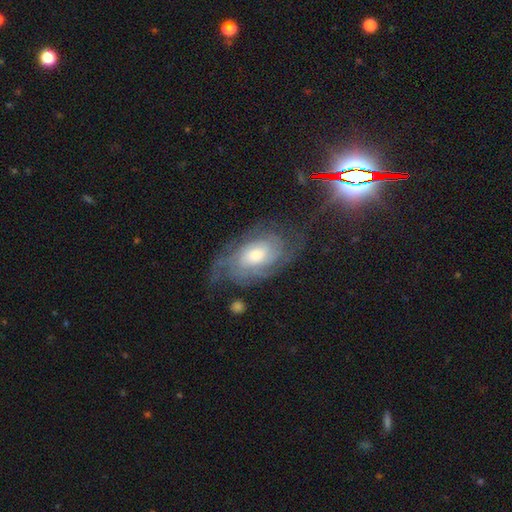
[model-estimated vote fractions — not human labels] featured or disk 78%, smooth 13%, star or artifact 8%. Down the decision tree: edge-on disk — no (95%); bar — no (70%); spiral arms — yes (93%); spiral arm count — can't tell (41%); spiral winding — tight (59%); bulge size — moderate (62%); merging — none (63%).